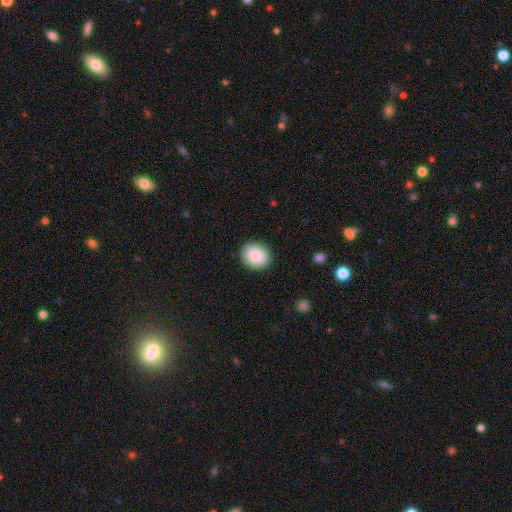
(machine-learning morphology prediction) The model was most divided on "how rounded": round: 62%, in between: 37%, cigar-shaped: 1%. More confident: merging — none (88%); smooth or featured — smooth (87%).